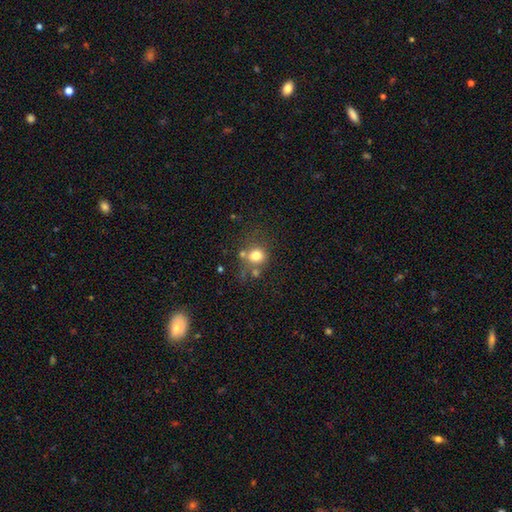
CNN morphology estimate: Smooth or featured? smooth (77%)
How rounded? round (78%)
Merging? none (56%)